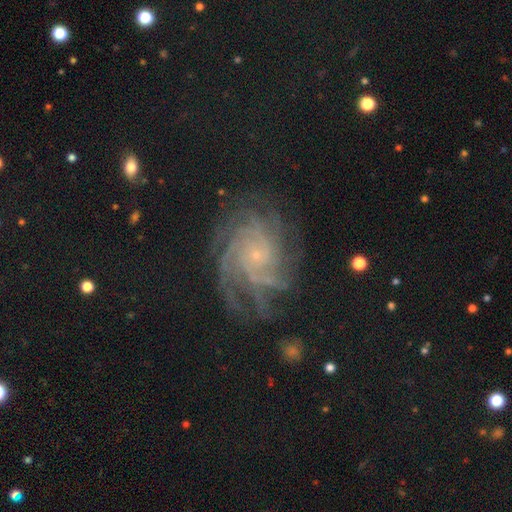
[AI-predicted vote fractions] This appears to be a featured or disk galaxy (84%) with no bar (77%), more than 4 (26%) tight (66%) spiral arms (98%) and a small central bulge (85%). Merging: none (72%).